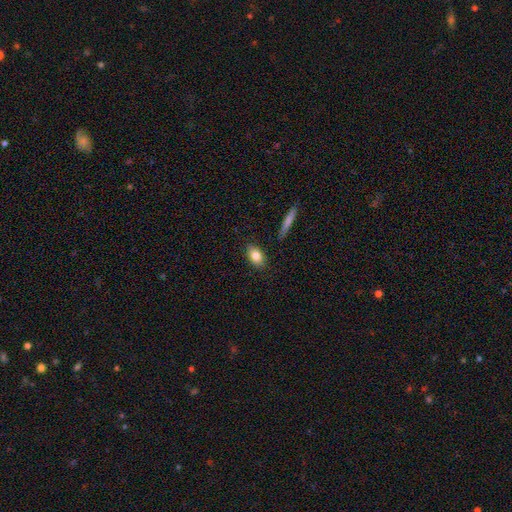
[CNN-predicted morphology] smooth 81%, featured or disk 11%, star or artifact 8%. Down the decision tree: how rounded — in between (86%); merging — none (86%).